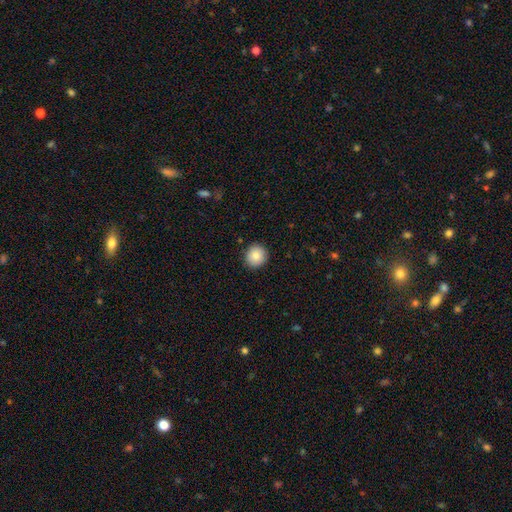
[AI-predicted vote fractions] Smooth or featured: smooth — 85% (star or artifact — 8%)
How rounded: round — 88% (in between — 11%)
Merging: none — 91% (minor disturbance — 7%)